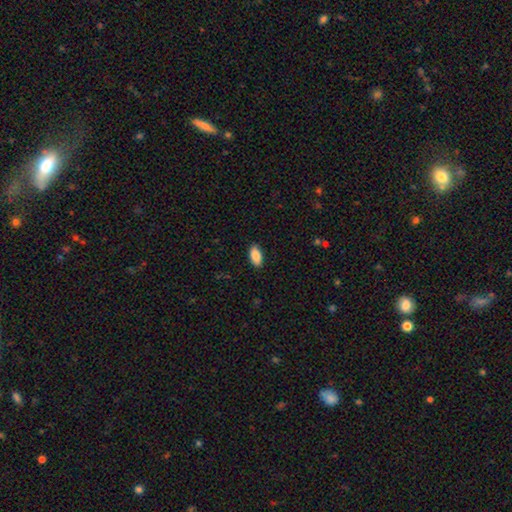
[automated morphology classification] Q: Smooth or featured?
A: smooth (87%); runner-up: star or artifact (7%)
Q: How rounded?
A: in between (93%); runner-up: cigar-shaped (5%)
Q: Merging?
A: none (89%); runner-up: minor disturbance (8%)